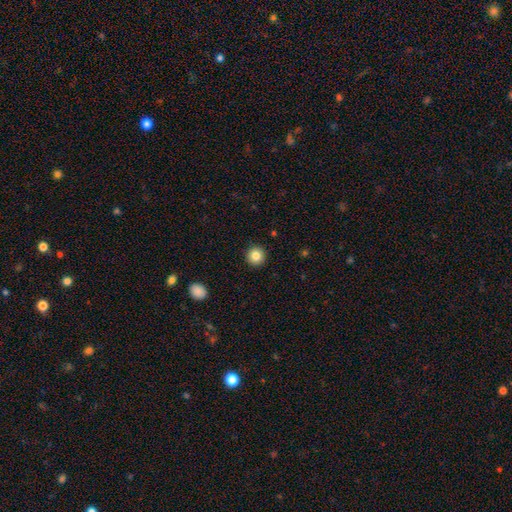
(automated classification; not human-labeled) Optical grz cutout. It shows a smooth galaxy with no disk features (84%) that is round (95%). Merging: none (93%).